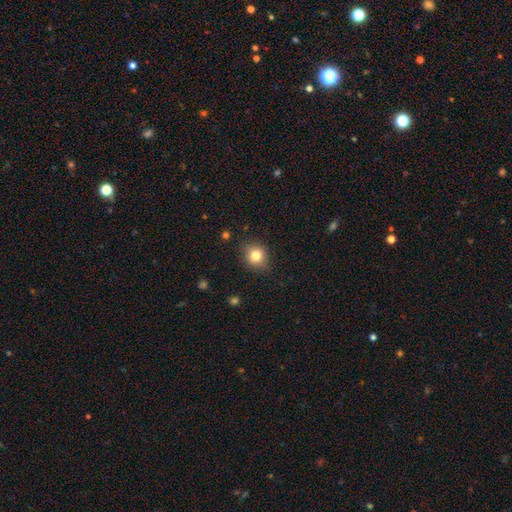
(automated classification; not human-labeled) Smooth or featured? Predicted: smooth (p=0.80). How rounded? Predicted: round (p=0.75). Merging? Predicted: none (p=0.83).